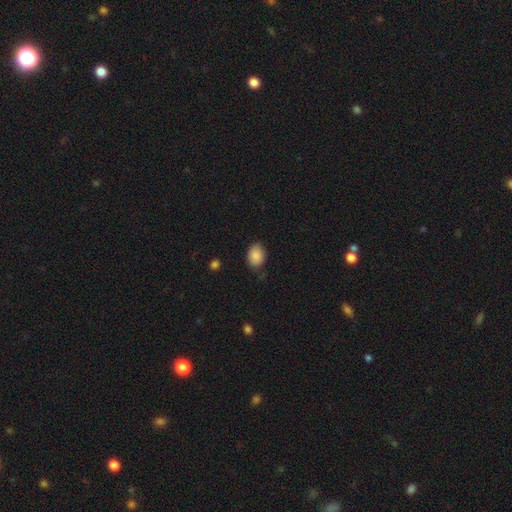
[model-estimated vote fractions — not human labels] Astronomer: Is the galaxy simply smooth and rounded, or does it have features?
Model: smooth — 88%.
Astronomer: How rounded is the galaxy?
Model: in between — 71%.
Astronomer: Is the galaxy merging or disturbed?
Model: none — 77%.